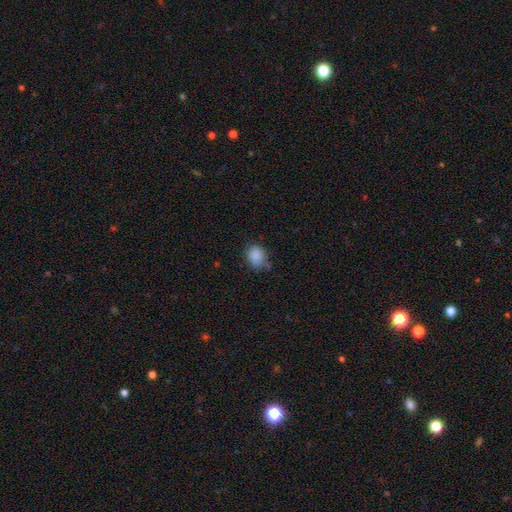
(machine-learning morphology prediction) smooth-or-featured: smooth: 86% | star or artifact: 9% | featured or disk: 4%
  how-rounded: round: 50% | in between: 49% | cigar-shaped: 1%
  merging: none: 65% | minor disturbance: 25% | major disturbance: 6% | merger: 4%